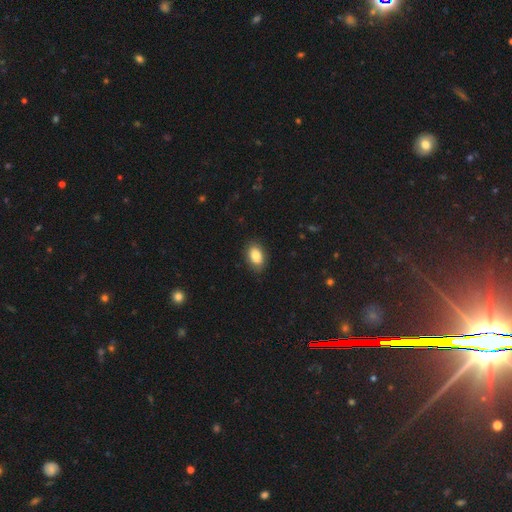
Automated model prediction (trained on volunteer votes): smooth_or_featured: smooth (p=0.85) [alt: featured or disk p=0.08]
how_rounded: in between (p=0.89) [alt: round p=0.09]
merging: none (p=0.85) [alt: minor disturbance p=0.11]